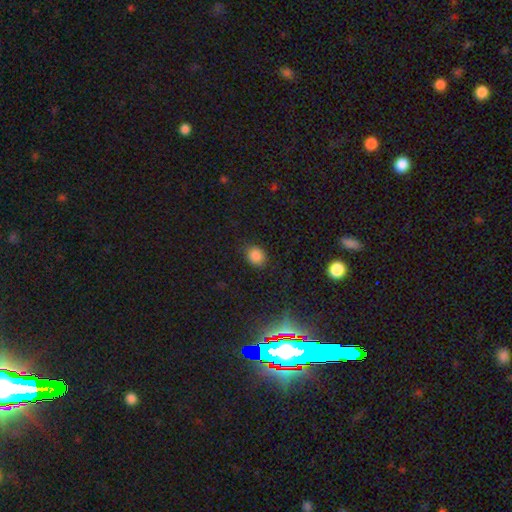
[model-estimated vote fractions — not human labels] Smooth or featured: smooth — 83% (star or artifact — 12%)
How rounded: round — 64% (in between — 35%)
Merging: none — 82% (minor disturbance — 13%)